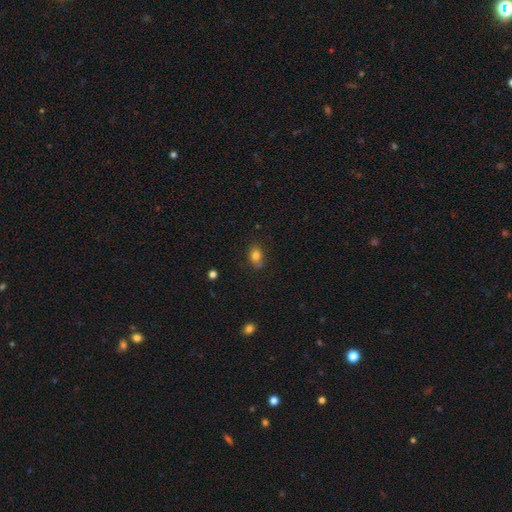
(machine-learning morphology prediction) Overall: smooth (80%). How rounded: in between (72%). Merging: none (72%).